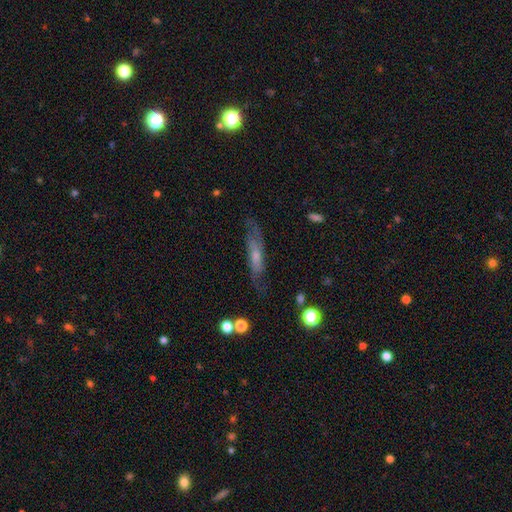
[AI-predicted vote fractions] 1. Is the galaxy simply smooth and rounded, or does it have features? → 61% featured or disk, 30% smooth, 8% star or artifact.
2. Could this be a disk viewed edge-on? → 58% no, 42% yes.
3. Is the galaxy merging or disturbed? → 69% none, 20% minor disturbance, 9% major disturbance, 2% merger.